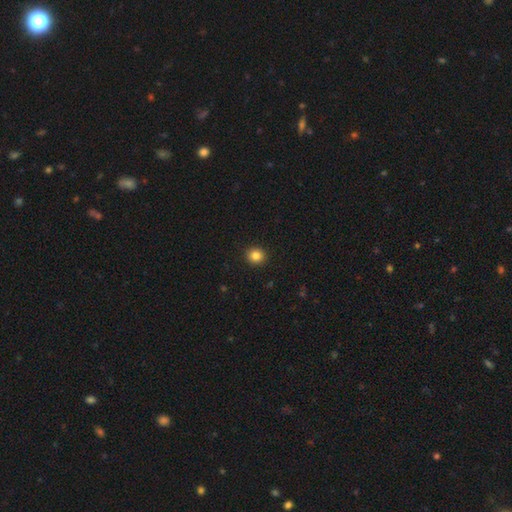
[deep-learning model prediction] smooth_or_featured: smooth (p=0.85) [alt: star or artifact p=0.11]
how_rounded: round (p=0.88) [alt: in between p=0.11]
merging: none (p=0.92) [alt: minor disturbance p=0.05]